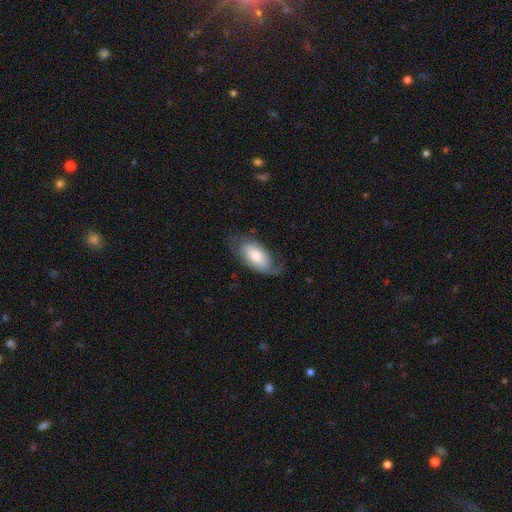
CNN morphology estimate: The model was most divided on "smooth or featured": smooth: 58%, featured or disk: 35%, star or artifact: 7%. More confident: how rounded — in between (92%); merging — none (57%).